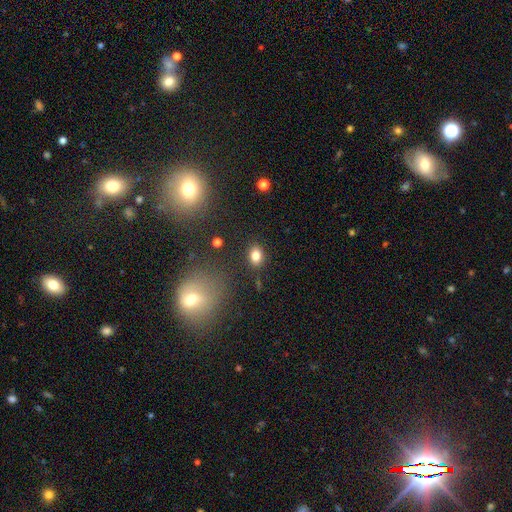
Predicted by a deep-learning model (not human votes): A smooth galaxy with no disk features (82%) that is in between round and cigar-shaped (61%).

Vote fractions:
- Smooth or featured? smooth: 82% / star or artifact: 11% / featured or disk: 7%
- How rounded? in between: 61% / round: 38% / cigar-shaped: 1%
- Merging? none: 84% / minor disturbance: 10% / major disturbance: 3% / merger: 3%